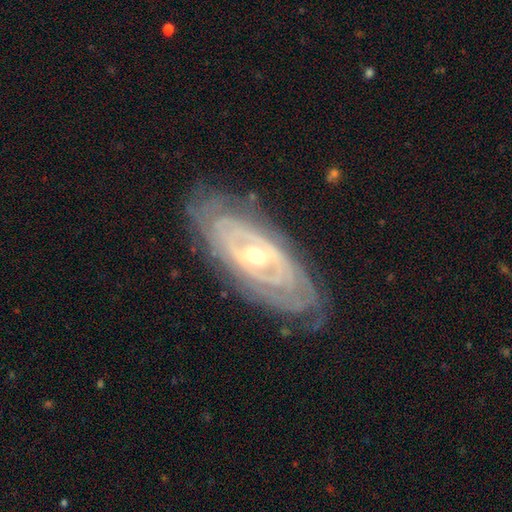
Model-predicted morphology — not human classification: Overall: featured or disk (87%). Edge-on disk: no (89%). Bar: no (48%; weak 32%). Spiral arms: yes (90%). Spiral arm count: can't tell (48%; 2 20%). Spiral winding: tight (82%). Bulge size: moderate (51%; small 46%). Merging: none (80%).